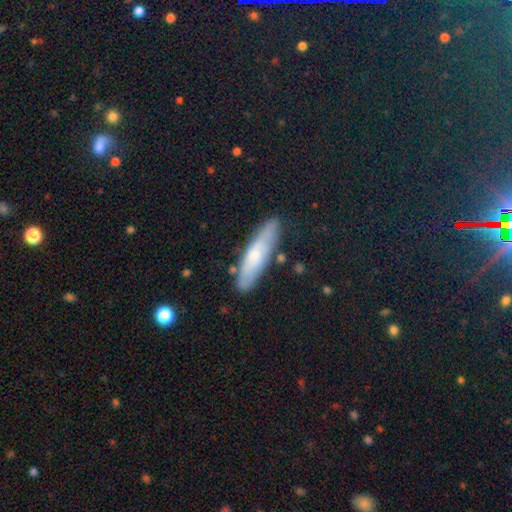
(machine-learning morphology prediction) This appears to be a smooth galaxy with no disk features (48%). Merging: none (84%).